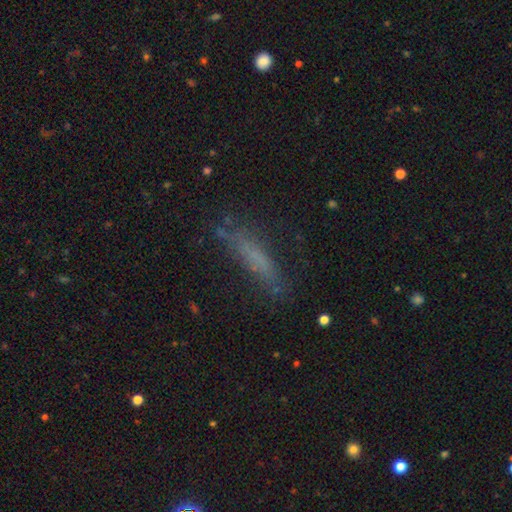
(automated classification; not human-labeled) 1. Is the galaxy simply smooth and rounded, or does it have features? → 52% smooth, 30% featured or disk, 19% star or artifact.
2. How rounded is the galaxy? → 79% cigar-shaped, 19% in between, 2% round.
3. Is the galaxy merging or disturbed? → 68% none, 20% minor disturbance, 10% major disturbance, 2% merger.